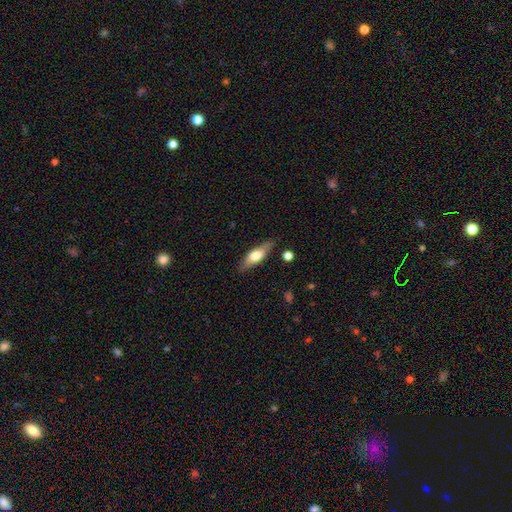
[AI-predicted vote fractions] Smooth or featured? smooth (51%)
How rounded? in between (50%)
Merging? none (82%)